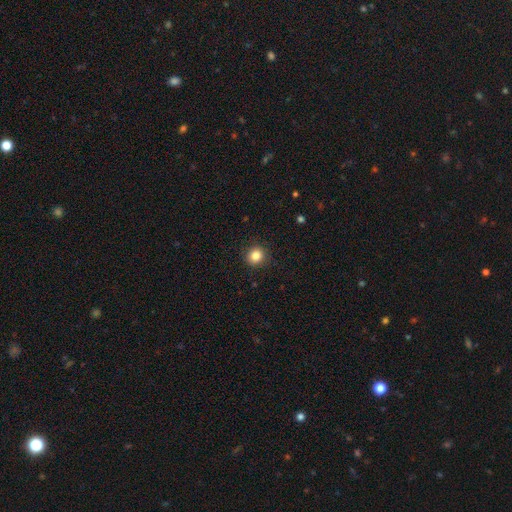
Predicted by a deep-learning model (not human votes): Smooth or featured: smooth — 84% (star or artifact — 11%)
How rounded: round — 88% (in between — 11%)
Merging: none — 91% (minor disturbance — 6%)